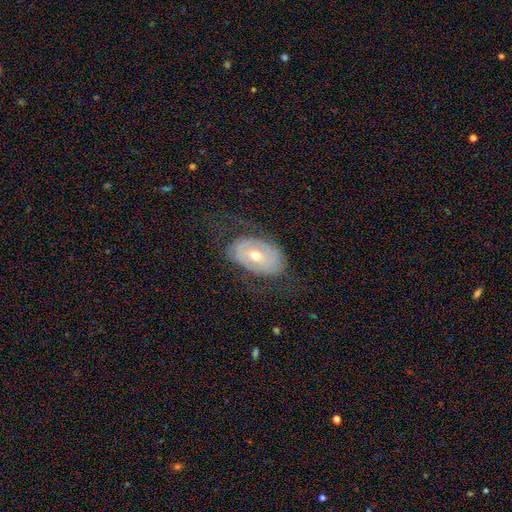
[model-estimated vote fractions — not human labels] This appears to be a featured or disk galaxy (64%) with no bar (63%), spiral arms (53%) and a moderate central bulge (57%). Merging: none (60%).